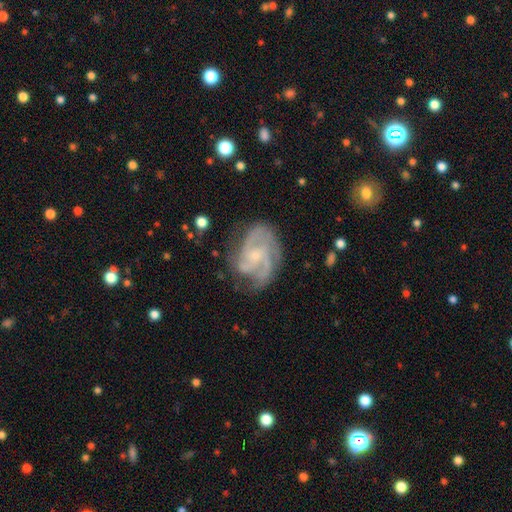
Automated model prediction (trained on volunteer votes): Overall: featured or disk (86%). Edge-on disk: no (98%). Bar: no (56%; weak 37%). Spiral arms: yes (96%). Spiral arm count: 3 (37%; 2 33%). Spiral winding: medium (48%; tight 40%). Bulge size: small (63%; moderate 25%). Merging: none (65%).